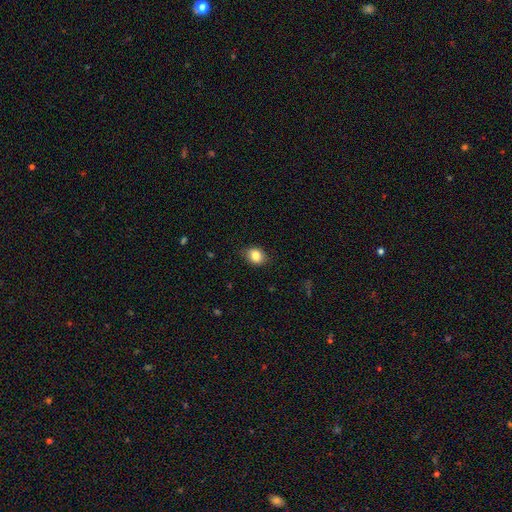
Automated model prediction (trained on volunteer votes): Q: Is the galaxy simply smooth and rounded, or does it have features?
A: smooth — 84%.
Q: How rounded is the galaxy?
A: in between — 52%.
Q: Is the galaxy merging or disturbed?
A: none — 84%.